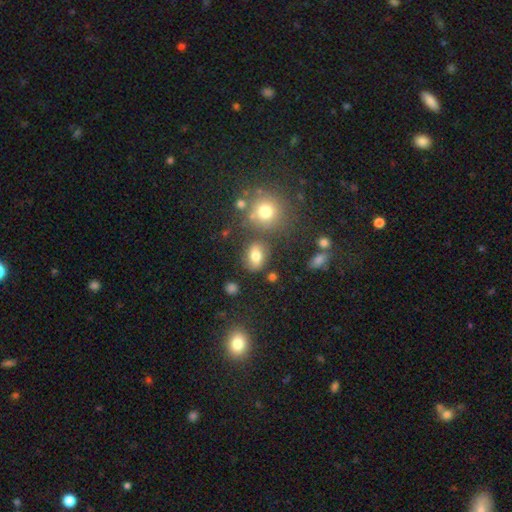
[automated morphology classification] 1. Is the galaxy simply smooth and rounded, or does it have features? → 74% smooth, 13% star or artifact, 13% featured or disk.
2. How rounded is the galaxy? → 70% in between, 28% round, 2% cigar-shaped.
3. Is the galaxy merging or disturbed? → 72% none, 15% minor disturbance, 8% merger, 5% major disturbance.